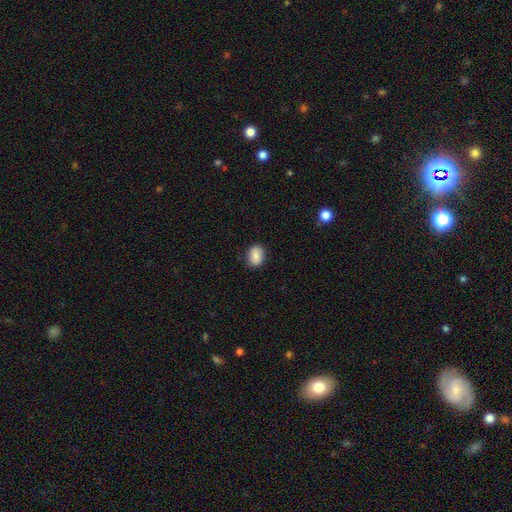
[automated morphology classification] Smooth or featured: smooth — 82% (featured or disk — 10%)
How rounded: in between — 67% (round — 32%)
Merging: none — 83% (minor disturbance — 13%)